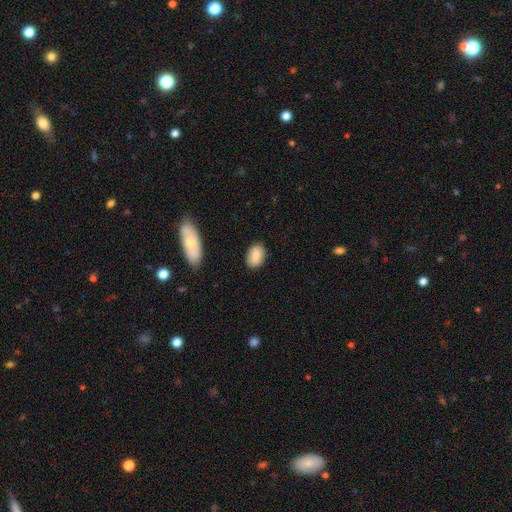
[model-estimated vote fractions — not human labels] Overall: smooth (85%). How rounded: in between (85%). Merging: none (85%).